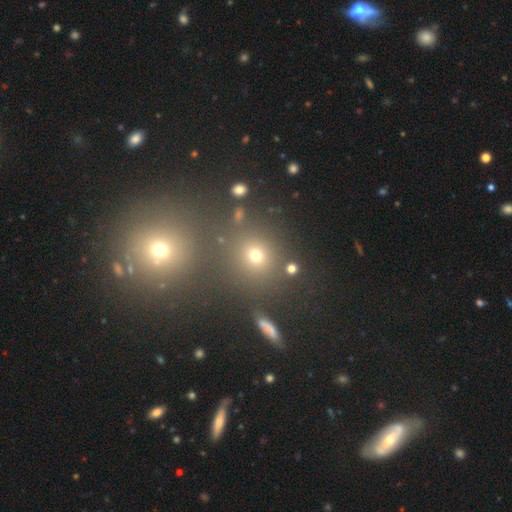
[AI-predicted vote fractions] Smooth or featured? smooth (65%)
How rounded? round (85%)
Merging? none (78%)